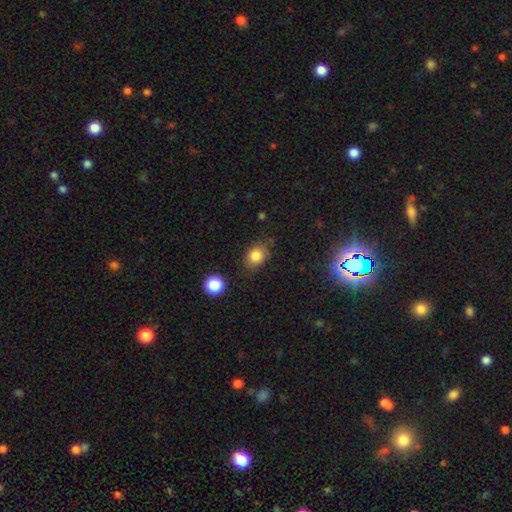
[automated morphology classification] smooth-or-featured: smooth: 83% | star or artifact: 11% | featured or disk: 6%
  how-rounded: in between: 50% | round: 49% | cigar-shaped: 1%
  merging: none: 75% | minor disturbance: 17% | major disturbance: 5% | merger: 3%